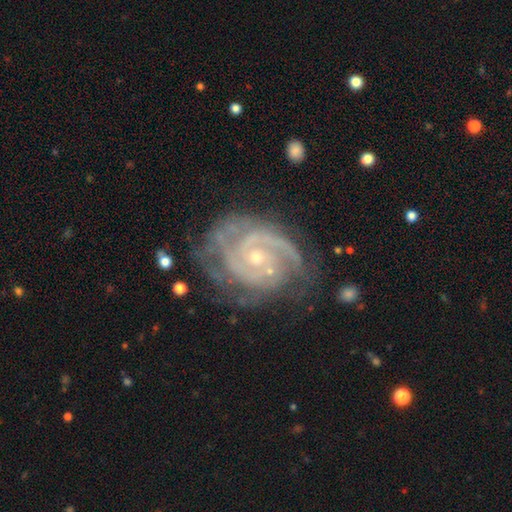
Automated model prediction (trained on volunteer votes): Smooth or featured: featured or disk — 90% (star or artifact — 6%)
Edge-on disk: no — 98% (yes — 2%)
Bar: no — 72% (weak — 22%)
Spiral arms: yes — 98% (no — 2%)
Spiral winding: tight — 70% (medium — 26%)
Spiral arm count: 2 — 34% (3 — 27%)
Bulge size: small — 67% (moderate — 30%)
Merging: none — 66% (minor disturbance — 22%)